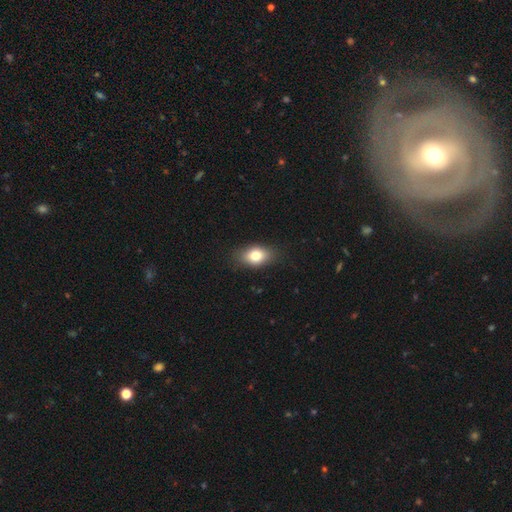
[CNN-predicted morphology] This appears to be a smooth galaxy with no disk features (79%) that is in between round and cigar-shaped (81%). Merging: none (83%).